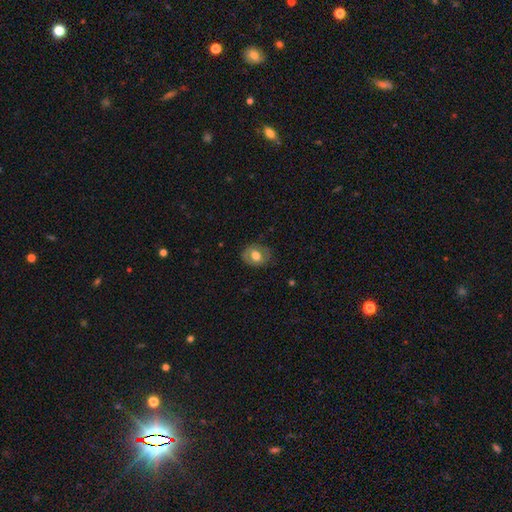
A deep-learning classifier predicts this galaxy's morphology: A smooth galaxy with no disk features (58%) that is in between round and cigar-shaped (54%). Merging: none (77%).